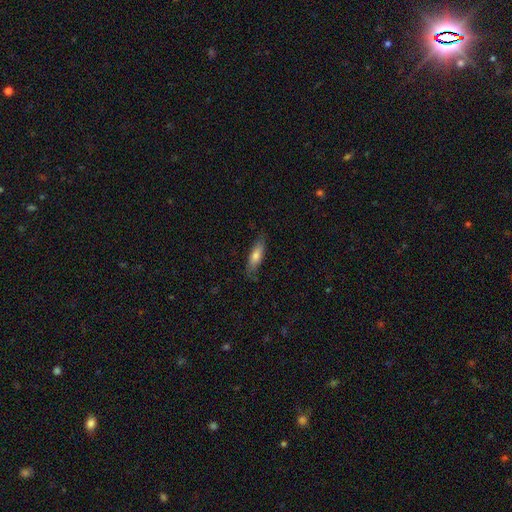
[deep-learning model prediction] This is likely a smooth galaxy (71%). How rounded: possibly cigar-shaped (53%). Merging: likely none (78%).